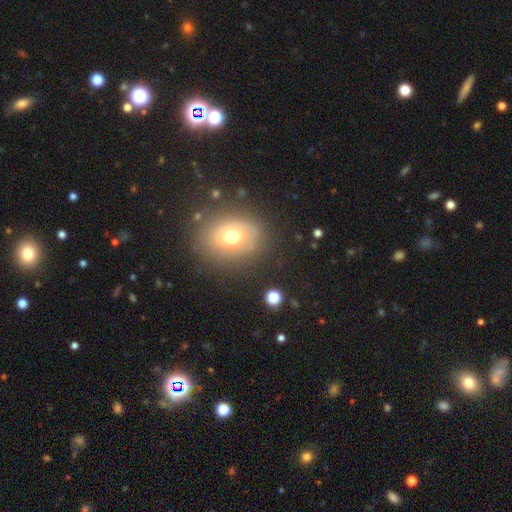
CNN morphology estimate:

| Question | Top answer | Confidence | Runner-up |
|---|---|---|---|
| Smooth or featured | smooth | 55% | star or artifact (30%) |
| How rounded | round | 55% | in between (44%) |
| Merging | none | 86% | minor disturbance (8%) |